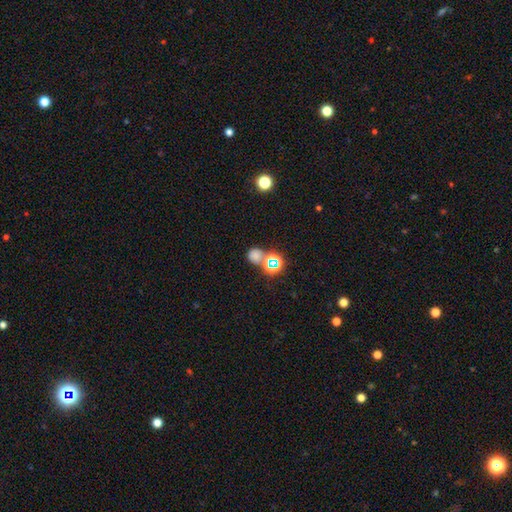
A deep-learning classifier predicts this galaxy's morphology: Q: Smooth or featured?
A: smooth (63%); runner-up: star or artifact (30%)
Q: How rounded?
A: round (79%); runner-up: in between (20%)
Q: Merging?
A: none (61%); runner-up: merger (24%)